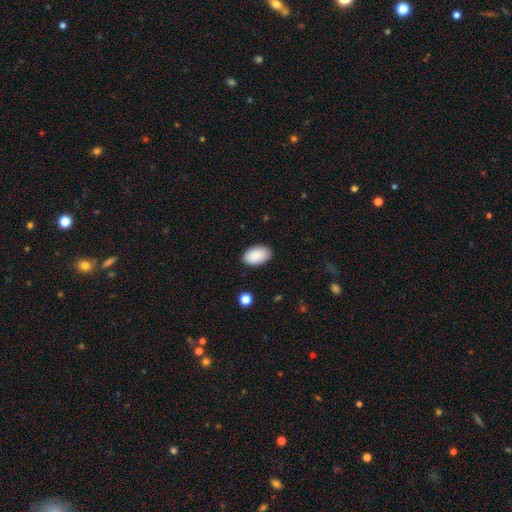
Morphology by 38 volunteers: Smooth or featured: smooth — 97% (star or artifact — 3%)
How rounded: in between — 97% (round — 3%)
Merging: none — 97% (minor disturbance — 3%)